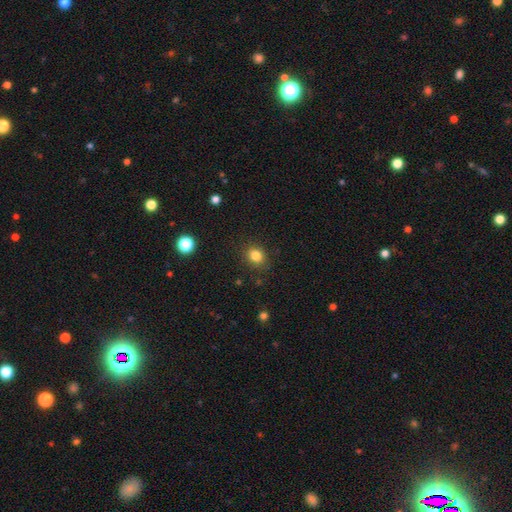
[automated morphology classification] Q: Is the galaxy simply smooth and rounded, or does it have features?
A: smooth — 83%.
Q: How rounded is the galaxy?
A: round — 63%.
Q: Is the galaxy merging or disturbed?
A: none — 87%.